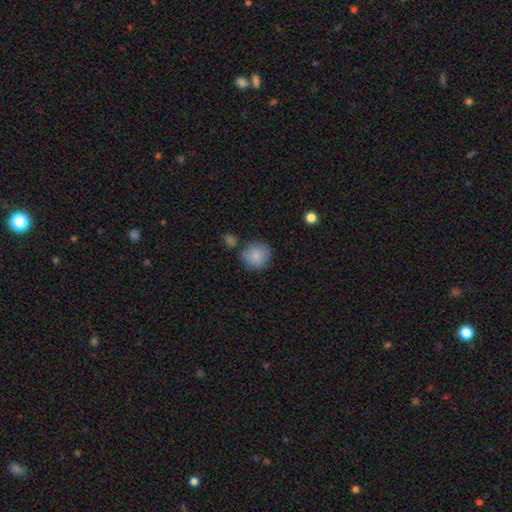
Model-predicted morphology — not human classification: A smooth galaxy with no disk features (86%) that is round (88%). Merging: none (72%).